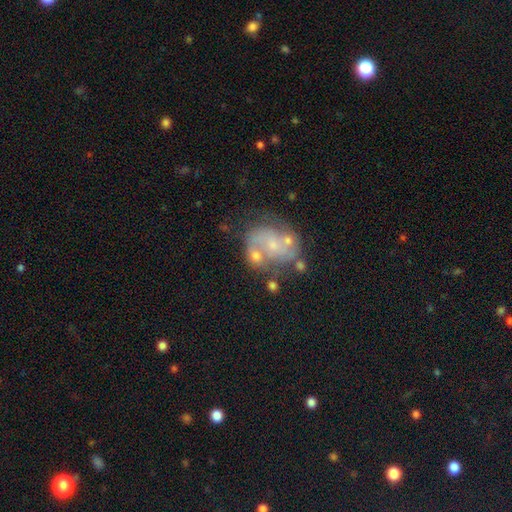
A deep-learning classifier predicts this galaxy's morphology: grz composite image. It shows a featured or disk galaxy (59%) with no bar (72%), spiral arms (70%) and a small central bulge (54%). Merging: none (38%).